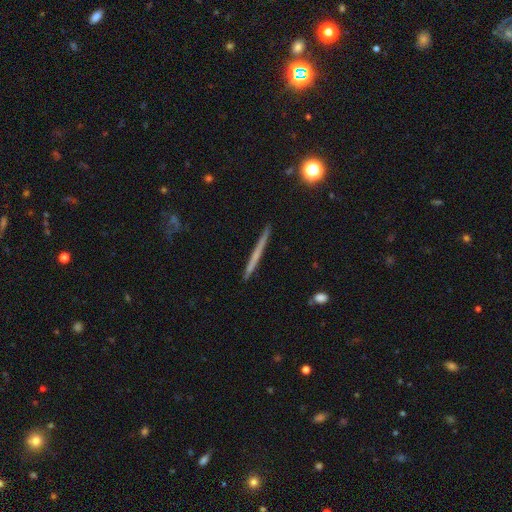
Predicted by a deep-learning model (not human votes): Overall: smooth (47%; featured or disk 46%). Merging: none (91%).